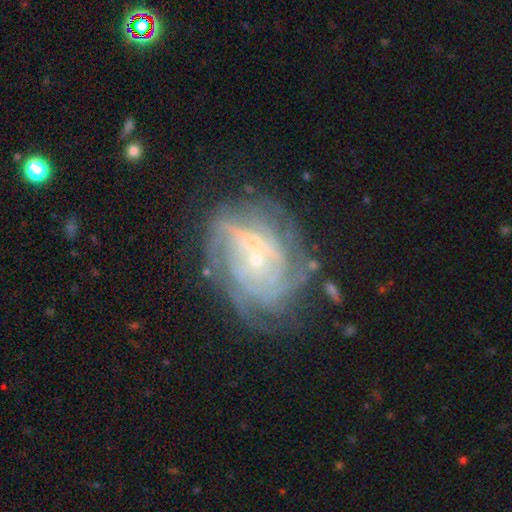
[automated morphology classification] featured or disk 82%, smooth 10%, star or artifact 8%. Down the decision tree: edge-on disk — no (97%); bar — no (69%); spiral arms — yes (91%); spiral arm count — can't tell (40%); spiral winding — tight (66%); bulge size — small (80%); merging — none (57%).